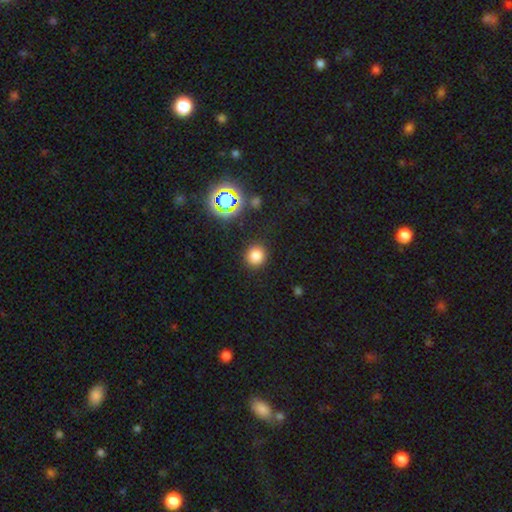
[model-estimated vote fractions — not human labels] smooth 76%, star or artifact 18%, featured or disk 6%. Down the decision tree: how rounded — round (90%); merging — none (89%).